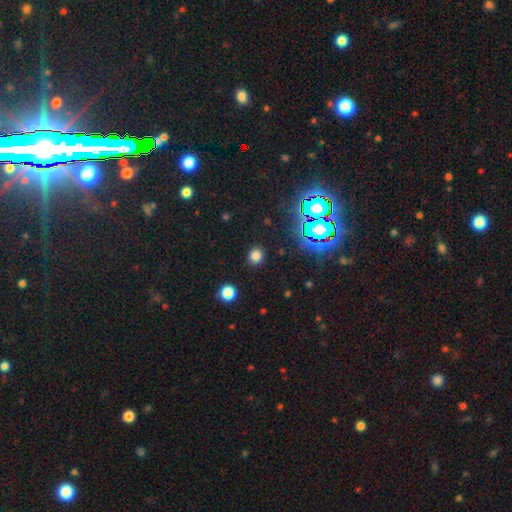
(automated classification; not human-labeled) Q: Smooth or featured?
A: smooth (74%); runner-up: star or artifact (21%)
Q: How rounded?
A: round (84%); runner-up: in between (15%)
Q: Merging?
A: none (89%); runner-up: minor disturbance (7%)